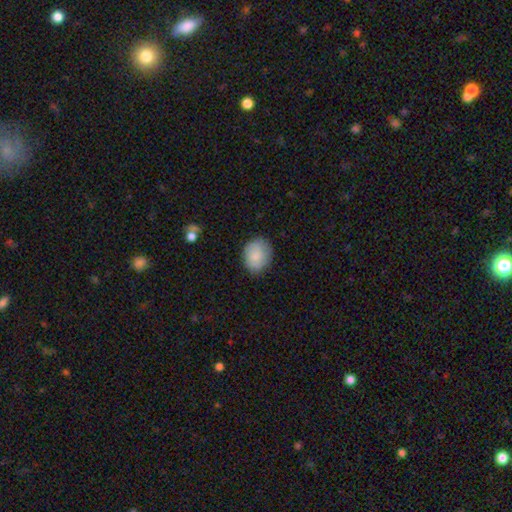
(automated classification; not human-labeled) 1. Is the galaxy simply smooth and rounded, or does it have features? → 84% smooth, 9% featured or disk, 7% star or artifact.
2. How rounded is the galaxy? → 50% round, 49% in between, 1% cigar-shaped.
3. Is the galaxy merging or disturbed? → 80% none, 16% minor disturbance, 3% major disturbance, 1% merger.